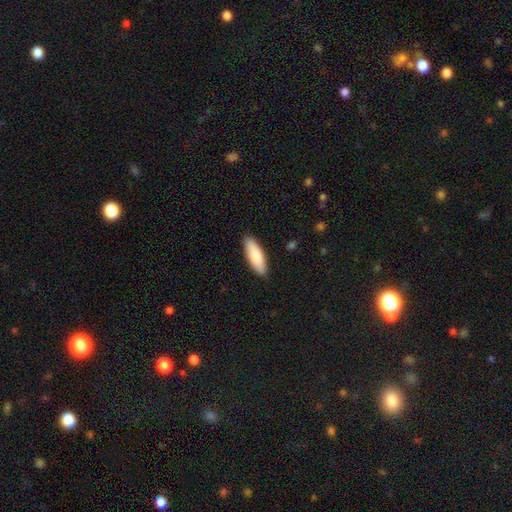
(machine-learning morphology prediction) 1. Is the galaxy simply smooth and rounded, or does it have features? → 82% smooth, 13% featured or disk, 5% star or artifact.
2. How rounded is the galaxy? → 57% in between, 42% cigar-shaped, 2% round.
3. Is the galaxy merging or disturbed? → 89% none, 8% minor disturbance, 2% major disturbance, 1% merger.